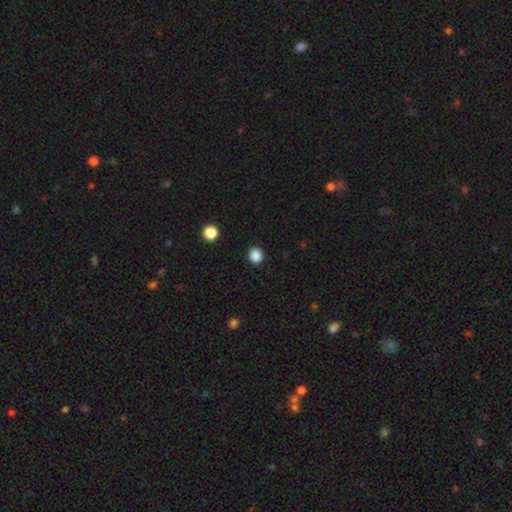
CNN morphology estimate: Overall: smooth (87%). How rounded: round (81%). Merging: none (91%).